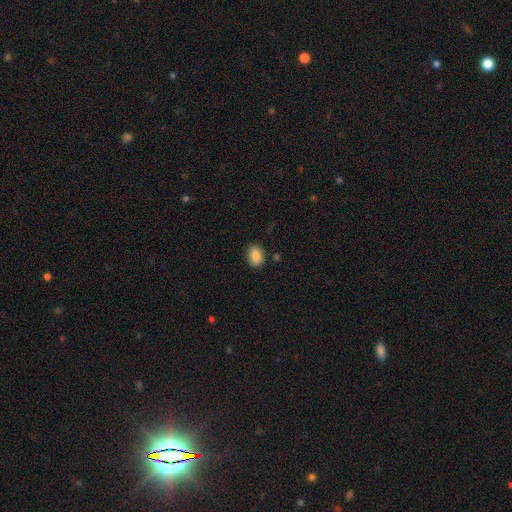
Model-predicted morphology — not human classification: Smooth or featured? Predicted: smooth (p=0.86). How rounded? Predicted: in between (p=0.80). Merging? Predicted: none (p=0.86).